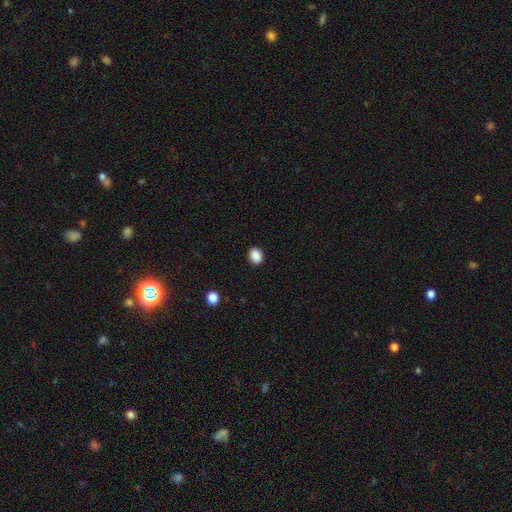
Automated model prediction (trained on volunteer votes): Smooth or featured: smooth — 89% (star or artifact — 9%)
How rounded: in between — 61% (round — 38%)
Merging: none — 89% (minor disturbance — 8%)